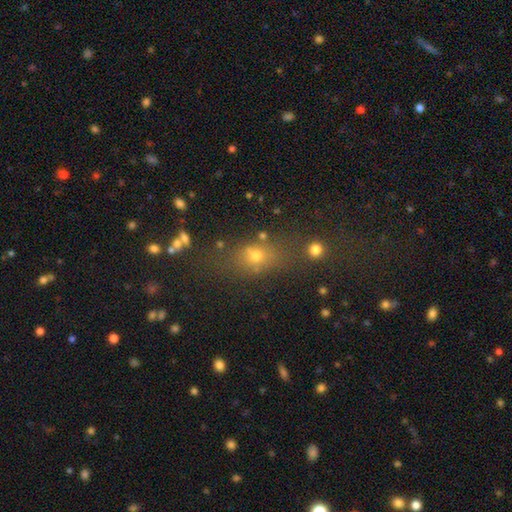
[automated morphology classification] This appears to be a smooth galaxy with no disk features (63%) that is in between round and cigar-shaped (54%). Merging: none (63%).